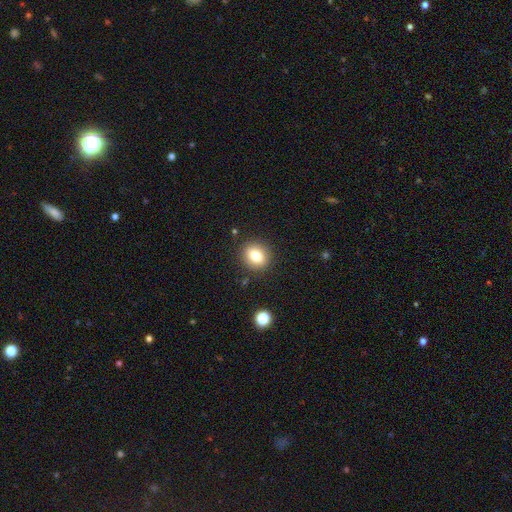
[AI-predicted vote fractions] Smooth or featured? smooth (79%)
How rounded? round (64%)
Merging? none (88%)